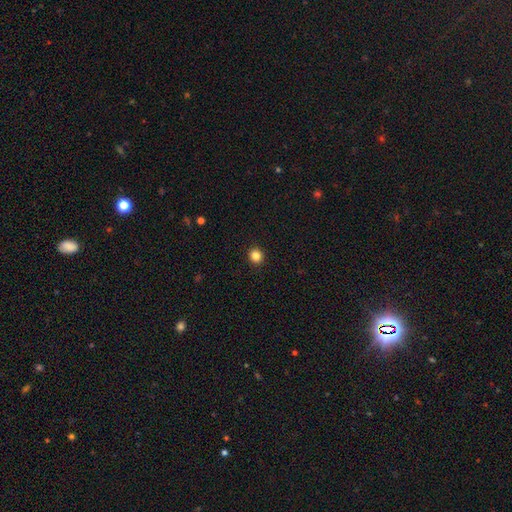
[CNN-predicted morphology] A smooth galaxy with no disk features (84%) that is round (90%). Merging: none (93%).